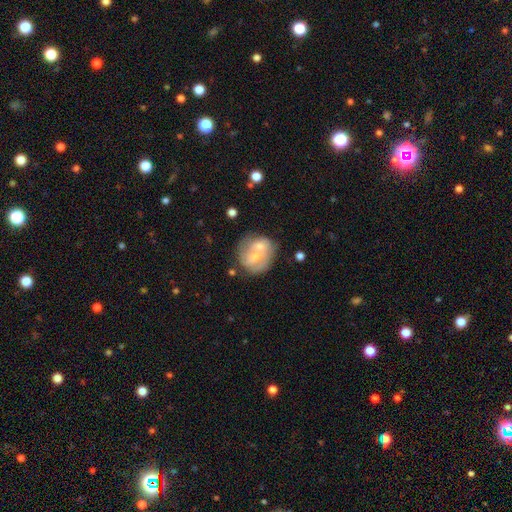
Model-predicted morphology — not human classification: type=featured or disk (56%); edge-on=no (97%); bar=no (62%); spiral arms=yes (59%); bulge=small (53%); merging=merger (48%).